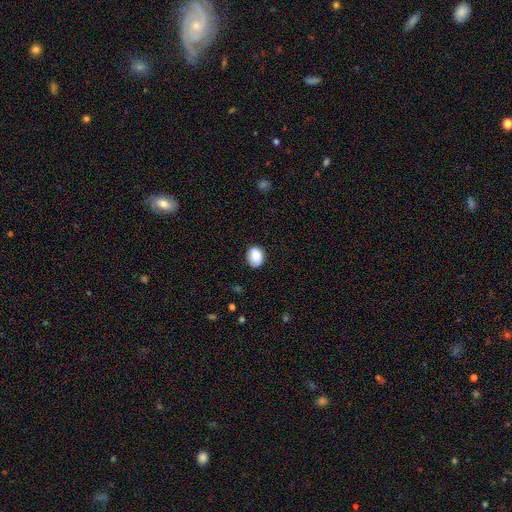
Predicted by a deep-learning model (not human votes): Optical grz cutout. It shows a smooth galaxy with no disk features (88%) that is in between round and cigar-shaped (59%). Merging: none (81%).